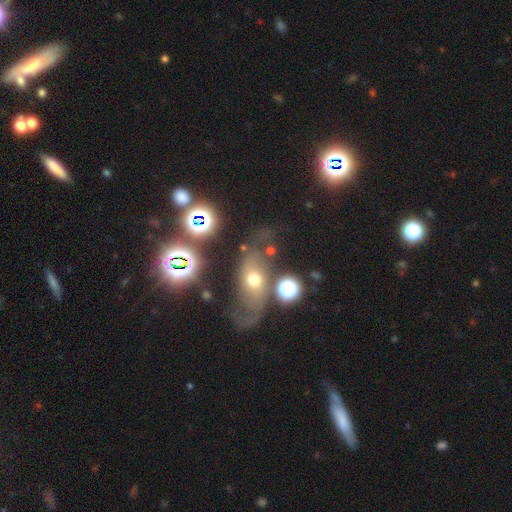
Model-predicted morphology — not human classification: Smooth or featured?
  - featured or disk: 49% *
  - star or artifact: 31%
  - smooth: 20%
Merging?
  - none: 56% *
  - minor disturbance: 16%
  - major disturbance: 14%
  - merger: 13%